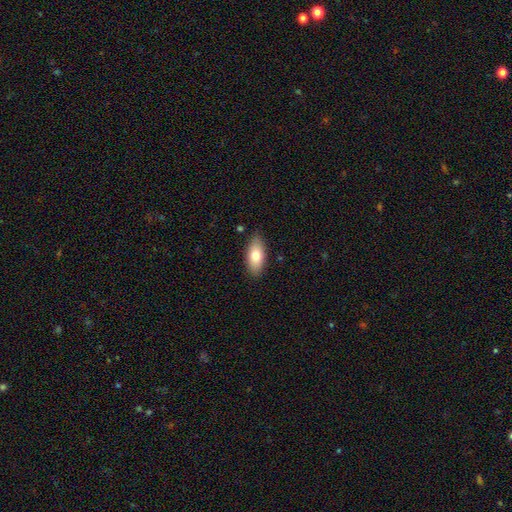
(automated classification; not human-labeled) smooth_or_featured: smooth (p=0.75) [alt: featured or disk p=0.18]
how_rounded: in between (p=0.87) [alt: cigar-shaped p=0.10]
merging: none (p=0.86) [alt: minor disturbance p=0.11]